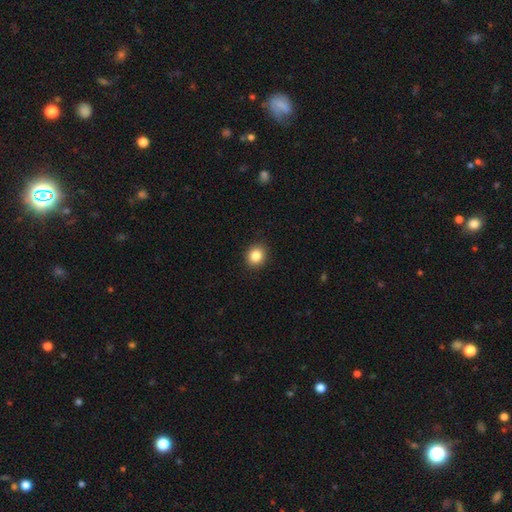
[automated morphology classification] A smooth galaxy with no disk features (85%) that is round (77%).

Vote fractions:
- Smooth or featured? smooth: 85% / star or artifact: 10% / featured or disk: 5%
- How rounded? round: 77% / in between: 22% / cigar-shaped: 1%
- Merging? none: 91% / minor disturbance: 6% / major disturbance: 2% / merger: 1%